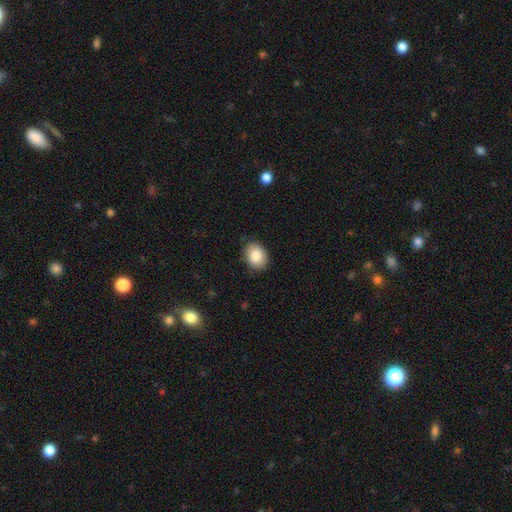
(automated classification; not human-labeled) smooth-or-featured: smooth: 86% | star or artifact: 8% | featured or disk: 7%
  how-rounded: in between: 66% | round: 33% | cigar-shaped: 1%
  merging: none: 86% | minor disturbance: 11% | major disturbance: 2% | merger: 1%